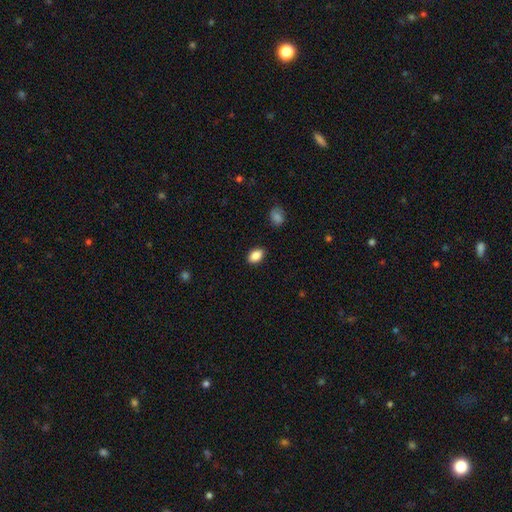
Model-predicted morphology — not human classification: smooth_or_featured: smooth (p=0.88) [alt: star or artifact p=0.08]
how_rounded: in between (p=0.88) [alt: round p=0.10]
merging: none (p=0.88) [alt: minor disturbance p=0.09]